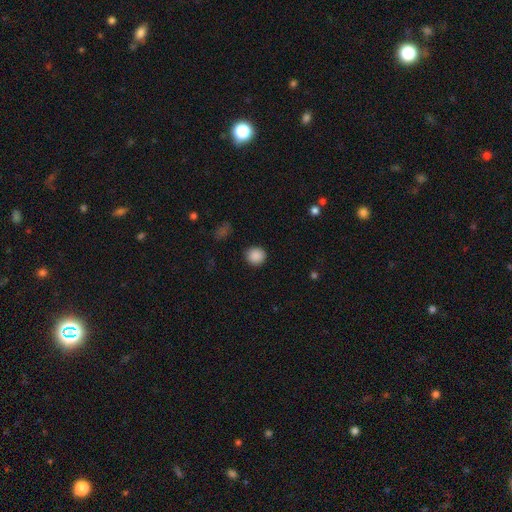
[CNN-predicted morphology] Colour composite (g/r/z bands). It shows a smooth galaxy with no disk features (88%) that is round (90%). Merging: none (91%).